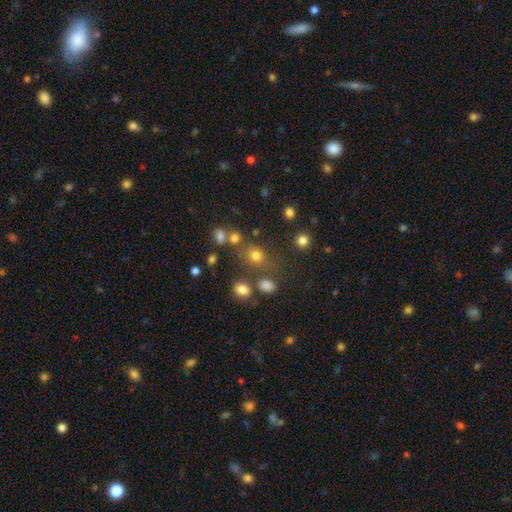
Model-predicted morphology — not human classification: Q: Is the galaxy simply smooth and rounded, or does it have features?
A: smooth — 71%.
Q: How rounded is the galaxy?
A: round — 70%.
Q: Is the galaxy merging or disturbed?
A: none — 66%.